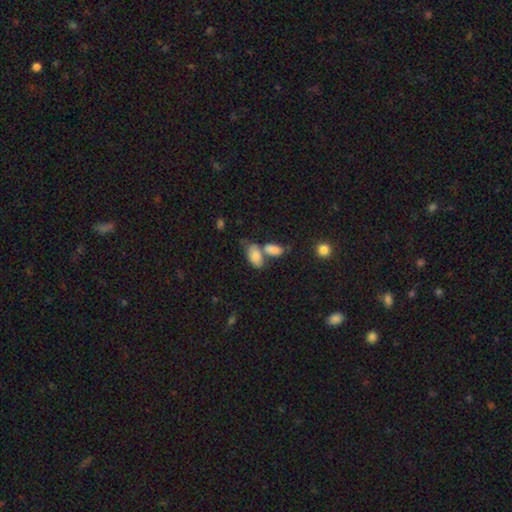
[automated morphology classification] type=smooth (81%); roundness=in between (92%); merging=merger (45%).